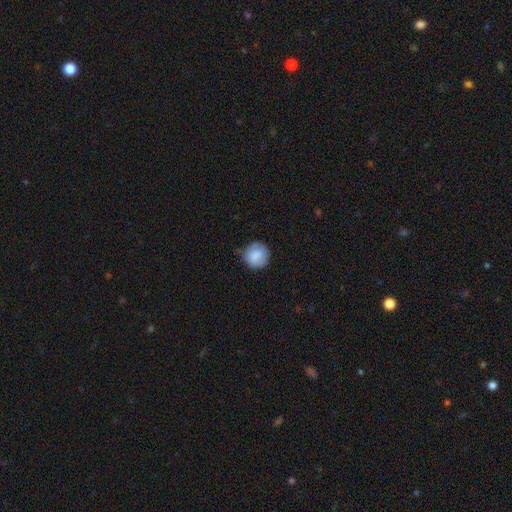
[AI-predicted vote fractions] smooth-or-featured: smooth: 83% | featured or disk: 10% | star or artifact: 7%
  how-rounded: round: 91% | in between: 8% | cigar-shaped: 1%
  merging: none: 72% | minor disturbance: 22% | major disturbance: 5% | merger: 1%